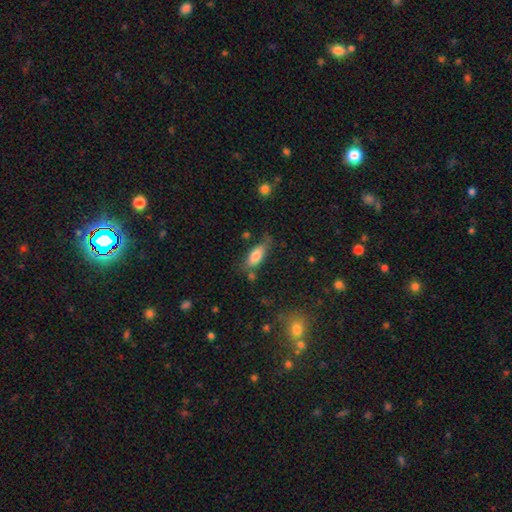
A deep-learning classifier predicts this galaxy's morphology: smooth 77%, featured or disk 16%, star or artifact 7%. Down the decision tree: how rounded — in between (76%); merging — none (61%).